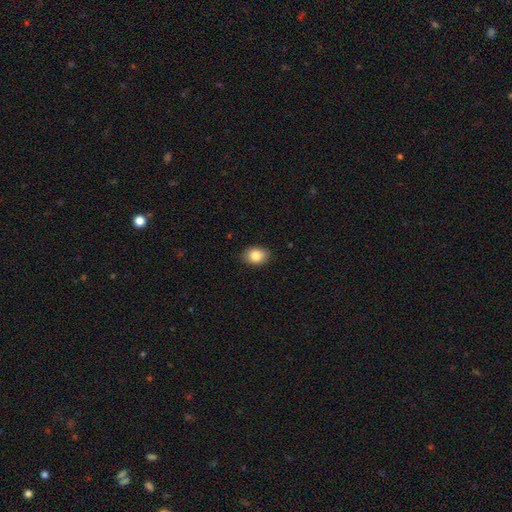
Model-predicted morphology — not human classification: smooth-or-featured: smooth: 85% | star or artifact: 8% | featured or disk: 7%
  how-rounded: in between: 77% | round: 22% | cigar-shaped: 1%
  merging: none: 86% | minor disturbance: 11% | major disturbance: 2% | merger: 1%